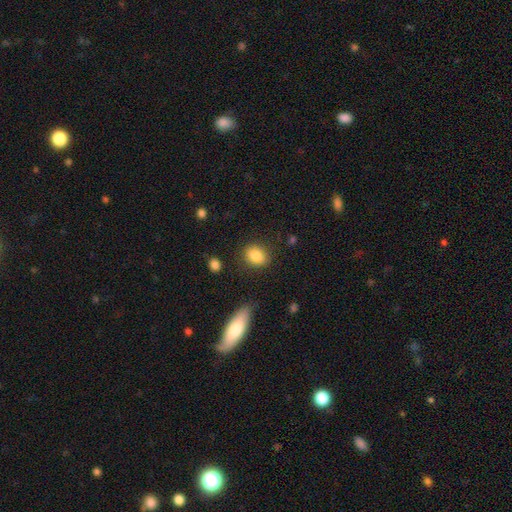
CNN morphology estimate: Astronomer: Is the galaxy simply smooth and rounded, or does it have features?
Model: smooth — 86%.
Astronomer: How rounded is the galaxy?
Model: in between — 60% (runner-up: round, 39%).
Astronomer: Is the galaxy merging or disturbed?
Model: none — 83%.